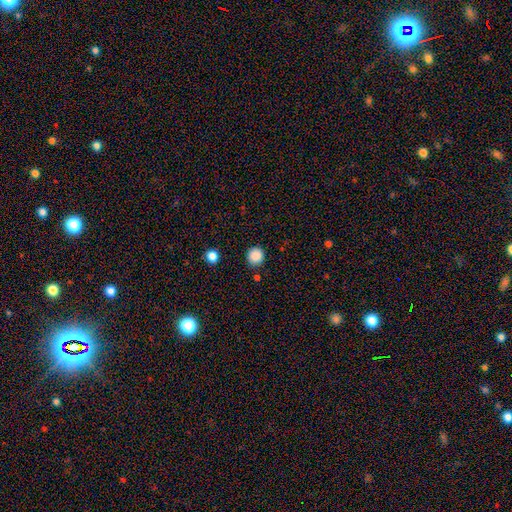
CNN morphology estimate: smooth_or_featured: smooth (p=0.87) [alt: star or artifact p=0.10]
how_rounded: round (p=0.93) [alt: in between p=0.06]
merging: none (p=0.88) [alt: minor disturbance p=0.08]